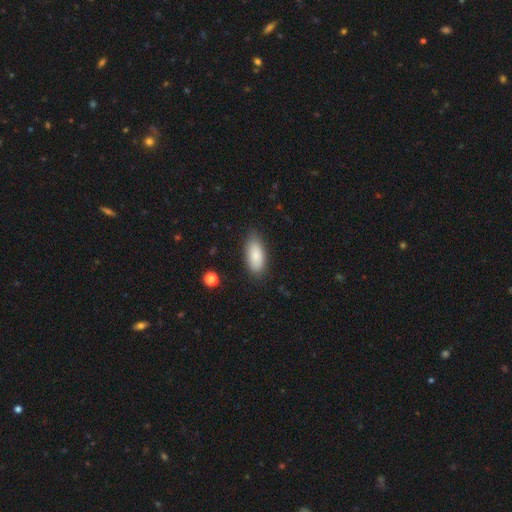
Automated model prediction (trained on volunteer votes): The model was most divided on "merging": none: 81%, minor disturbance: 14%, major disturbance: 3%, merger: 1%. More confident: how rounded — in between (88%); smooth or featured — smooth (85%).